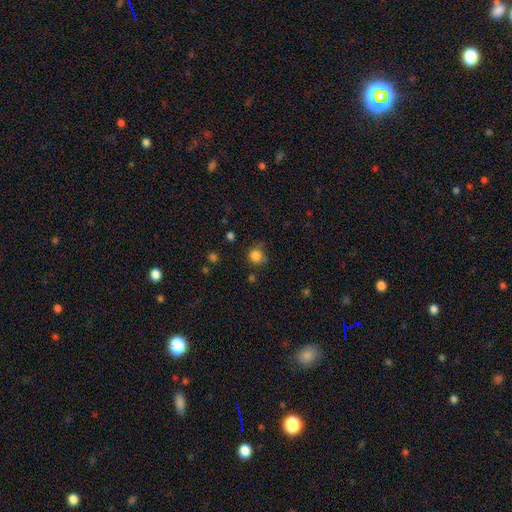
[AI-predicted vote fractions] Overall: smooth (83%). How rounded: round (88%). Merging: none (69%).